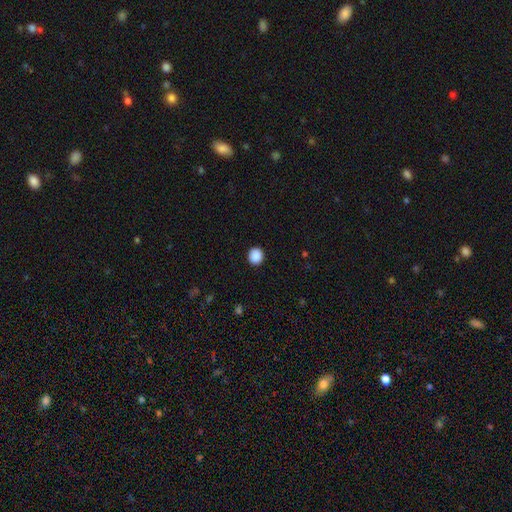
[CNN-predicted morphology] This is clearly a smooth galaxy (89%). How rounded: clearly round (86%). Merging: clearly none (92%).